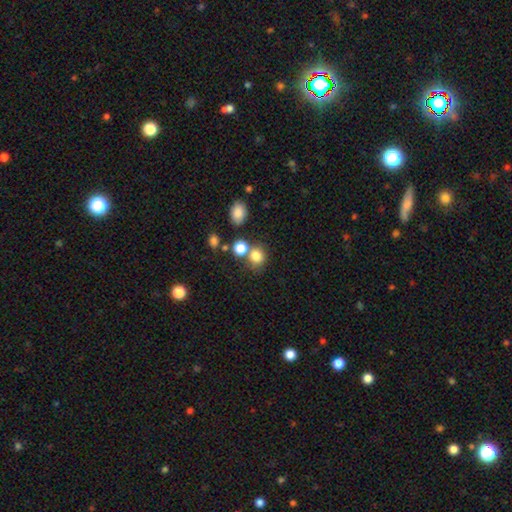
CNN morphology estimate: Smooth or featured: smooth — 80% (star or artifact — 13%)
How rounded: round — 79% (in between — 20%)
Merging: none — 60% (merger — 25%)